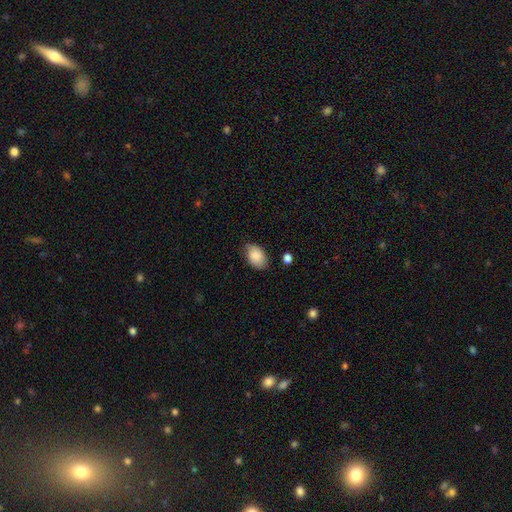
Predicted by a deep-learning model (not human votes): Overall: smooth (85%). How rounded: in between (88%). Merging: none (72%).